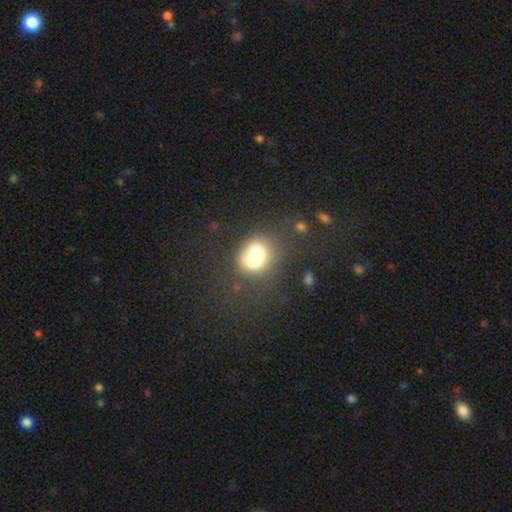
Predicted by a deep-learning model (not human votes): Smooth or featured: smooth — 66% (featured or disk — 22%)
How rounded: round — 62% (in between — 37%)
Merging: merger — 50% (none — 29%)